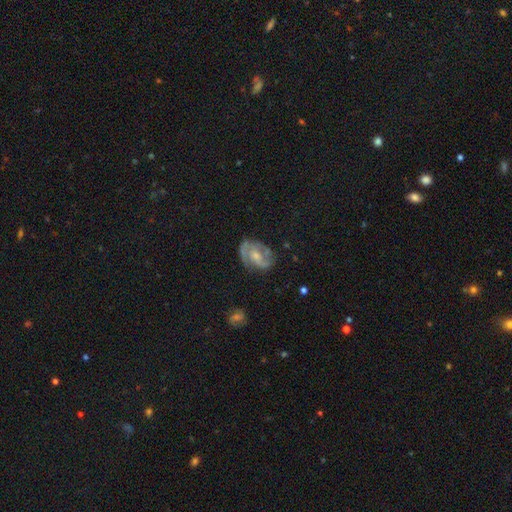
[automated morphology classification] Smooth or featured? Predicted: featured or disk (p=0.77). Edge-on disk? Predicted: no (p=0.97). Bar? Predicted: no (p=0.56). Spiral arms? Predicted: yes (p=0.86). Spiral winding? Predicted: medium (p=0.46). Spiral arm count? Predicted: 2 (p=0.57). Bulge size? Predicted: moderate (p=0.48). Merging? Predicted: none (p=0.64).